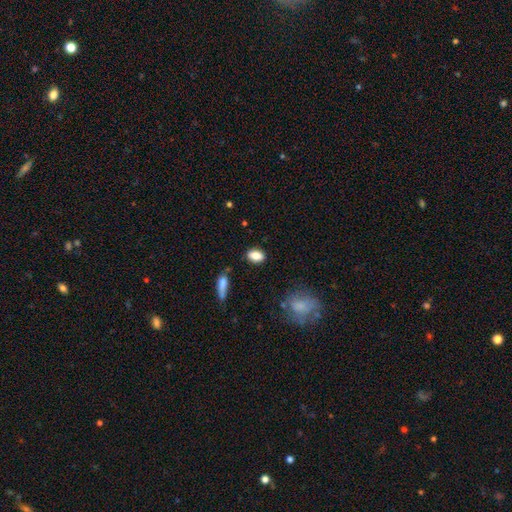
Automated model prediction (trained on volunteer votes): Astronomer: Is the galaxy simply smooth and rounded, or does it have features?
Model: smooth — 84%.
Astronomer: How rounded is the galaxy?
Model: in between — 83%.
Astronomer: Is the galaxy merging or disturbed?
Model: none — 84%.